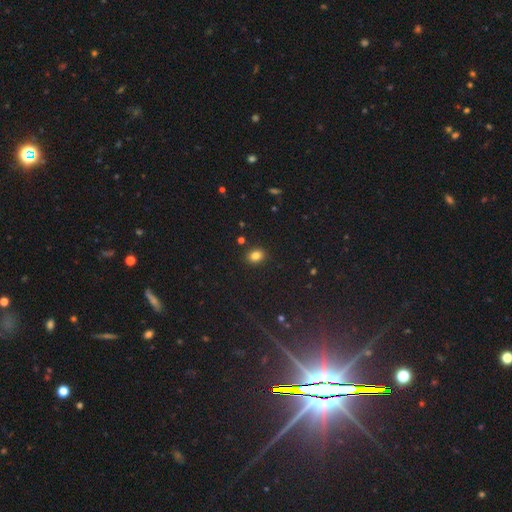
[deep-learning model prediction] Overall: smooth (83%). How rounded: in between (53%; round 46%). Merging: none (88%).